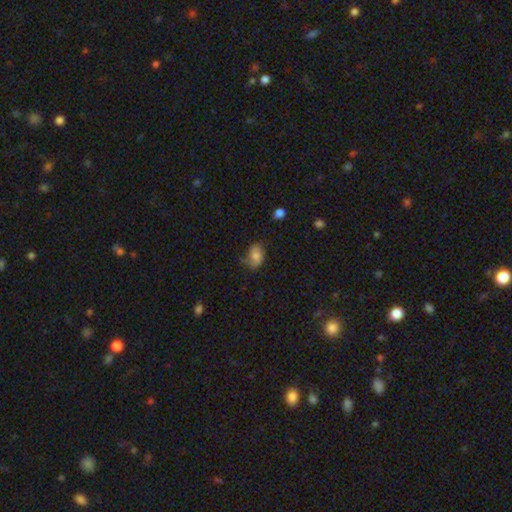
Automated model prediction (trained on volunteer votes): A smooth galaxy with no disk features (70%) that is in between round and cigar-shaped (78%). Merging: none (50%).